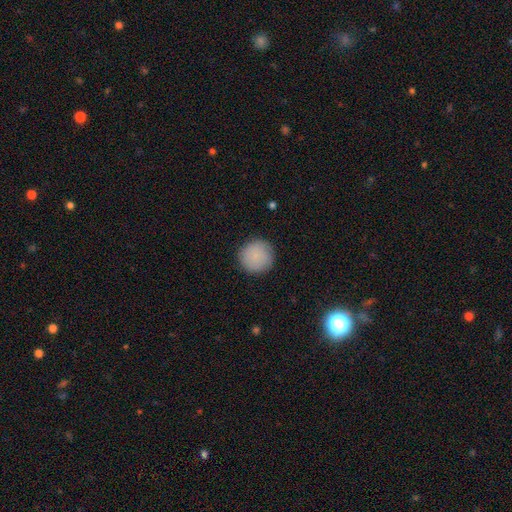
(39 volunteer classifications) Morphology: type=smooth (92%); roundness=round (89%); merging=none (84%).